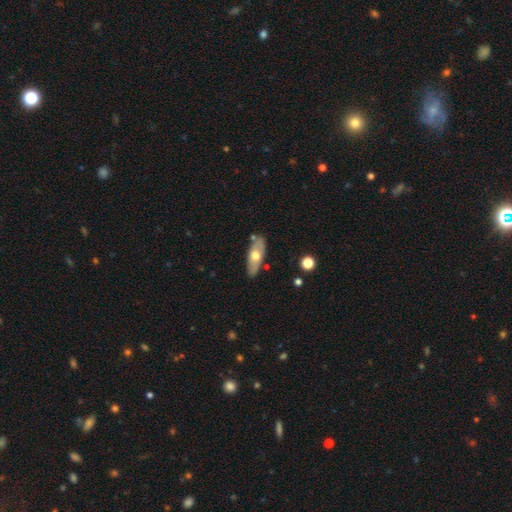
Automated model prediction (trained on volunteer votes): smooth-or-featured: smooth: 54% | featured or disk: 40% | star or artifact: 6%
  how-rounded: in between: 74% | cigar-shaped: 23% | round: 3%
  merging: none: 79% | minor disturbance: 14% | merger: 4% | major disturbance: 3%